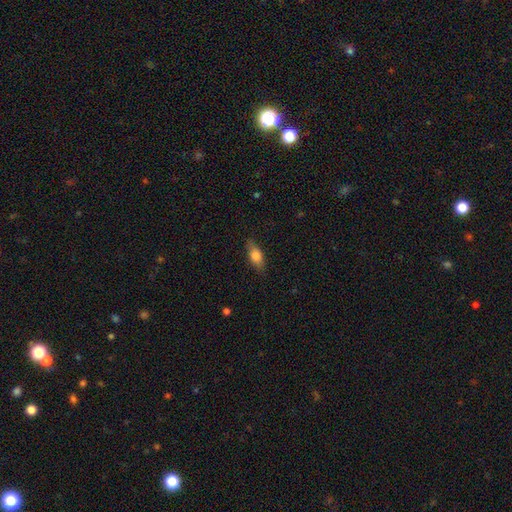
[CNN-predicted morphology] This is likely a smooth galaxy (68%). How rounded: likely in between (75%). Merging: clearly none (83%).